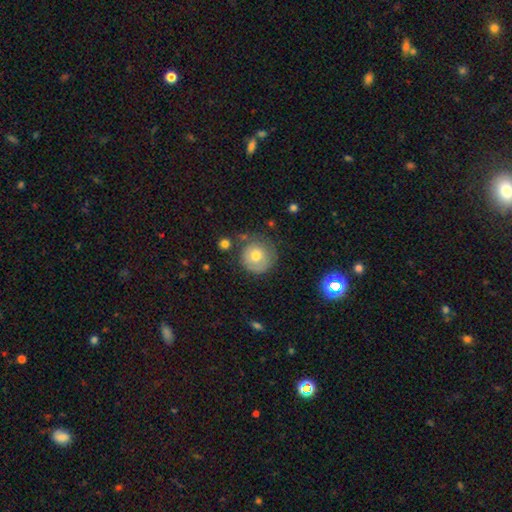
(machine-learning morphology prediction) Smooth or featured?
  - smooth: 69% *
  - featured or disk: 23%
  - star or artifact: 8%
How rounded?
  - round: 94% *
  - in between: 5%
  - cigar-shaped: 1%
Merging?
  - none: 68% *
  - minor disturbance: 19%
  - major disturbance: 8%
  - merger: 5%